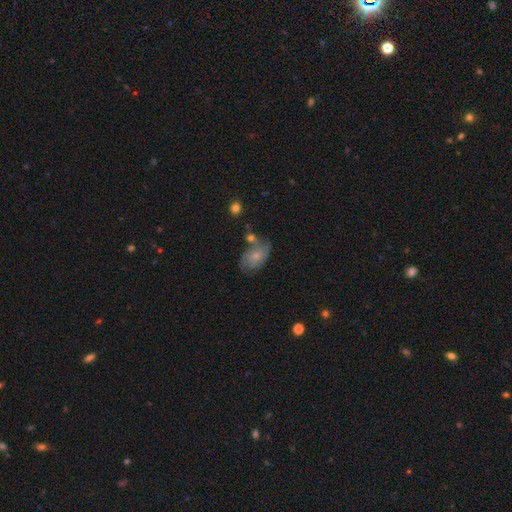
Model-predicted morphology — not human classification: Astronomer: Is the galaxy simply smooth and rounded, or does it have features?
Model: smooth — 49% (runner-up: featured or disk, 42%).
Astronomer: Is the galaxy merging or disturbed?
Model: none — 48% (runner-up: minor disturbance, 27%).